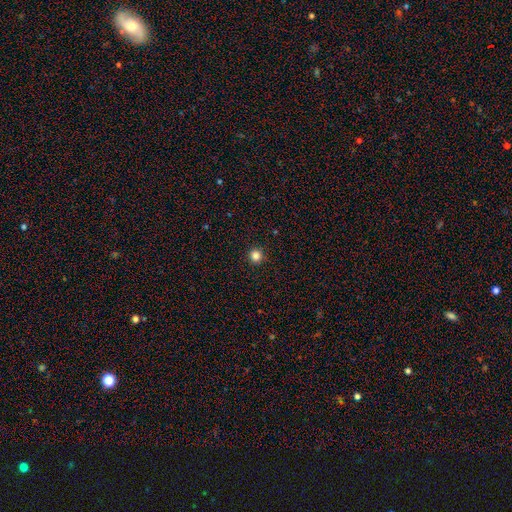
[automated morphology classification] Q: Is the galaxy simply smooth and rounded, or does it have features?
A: smooth — 84%.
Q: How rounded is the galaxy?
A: round — 95%.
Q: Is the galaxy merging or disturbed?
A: none — 93%.